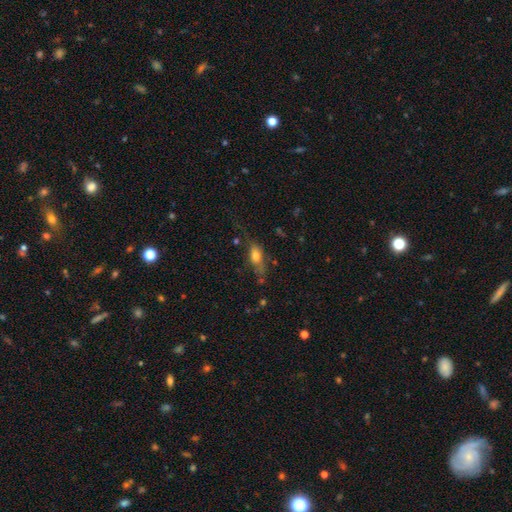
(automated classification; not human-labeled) Smooth or featured? smooth (64%)
How rounded? in between (69%)
Merging? none (46%)